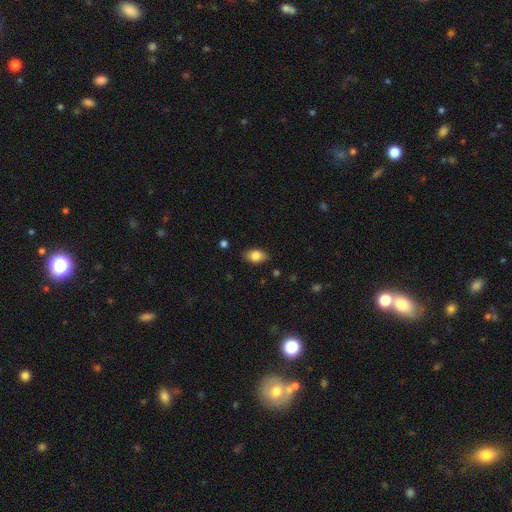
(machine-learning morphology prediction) type=smooth (82%); roundness=in between (90%); merging=none (86%).